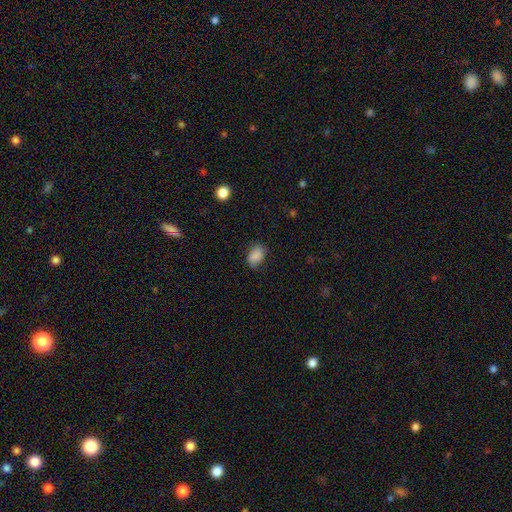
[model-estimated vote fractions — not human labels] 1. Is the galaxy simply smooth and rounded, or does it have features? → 86% smooth, 8% star or artifact, 6% featured or disk.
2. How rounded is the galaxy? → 82% in between, 17% round, 1% cigar-shaped.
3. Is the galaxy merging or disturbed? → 73% none, 21% minor disturbance, 5% major disturbance, 1% merger.